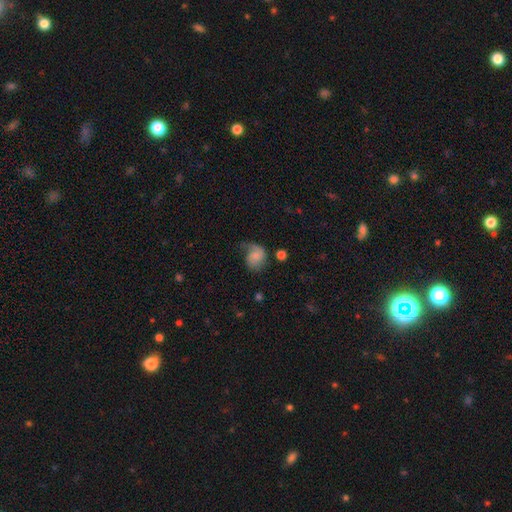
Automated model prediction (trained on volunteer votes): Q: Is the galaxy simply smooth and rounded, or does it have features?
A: smooth — 51%.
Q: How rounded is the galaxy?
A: round — 55%.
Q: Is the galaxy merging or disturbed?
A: none — 38%.